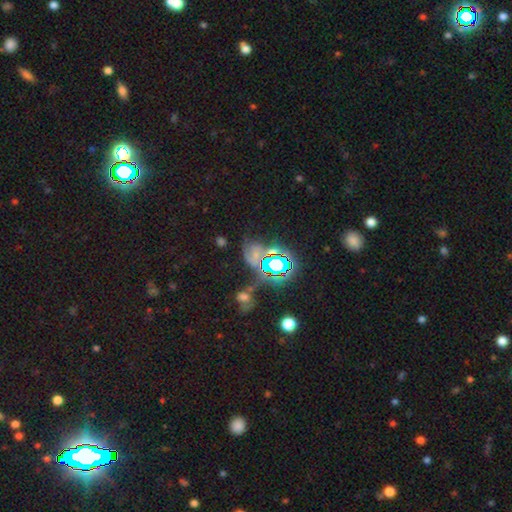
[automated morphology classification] Smooth or featured?
  - star or artifact: 53% *
  - smooth: 25%
  - featured or disk: 22%